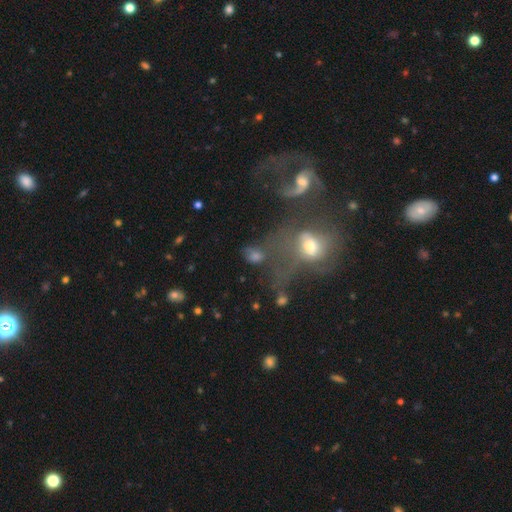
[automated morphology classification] Smooth or featured? Predicted: smooth (p=0.46). Merging? Predicted: none (p=0.39).